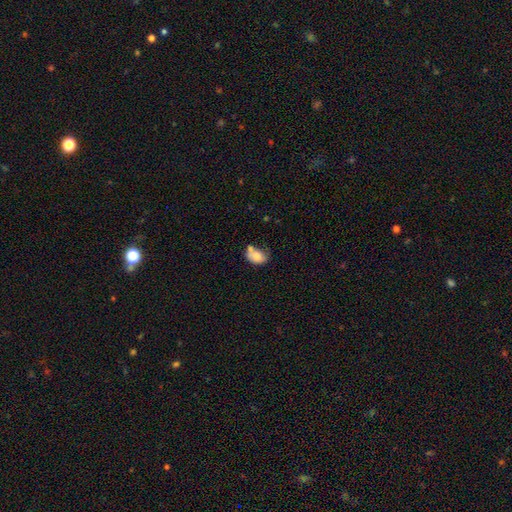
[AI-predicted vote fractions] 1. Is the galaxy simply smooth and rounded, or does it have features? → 79% smooth, 13% featured or disk, 8% star or artifact.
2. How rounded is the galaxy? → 81% in between, 18% round, 1% cigar-shaped.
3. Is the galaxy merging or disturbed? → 37% none, 28% merger, 25% minor disturbance, 10% major disturbance.